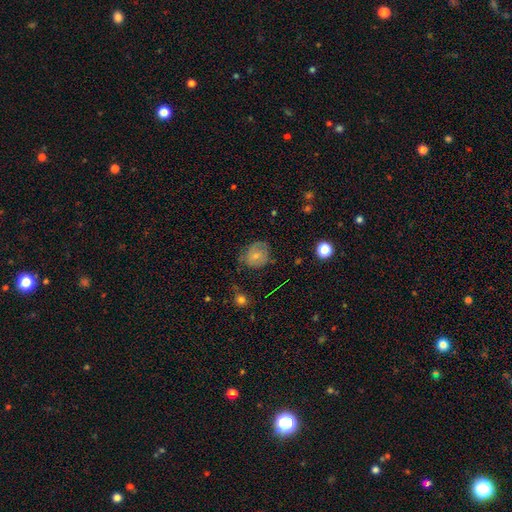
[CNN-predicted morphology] A smooth galaxy with no disk features (61%) that is round (64%).

Vote fractions:
- Smooth or featured? smooth: 61% / featured or disk: 29% / star or artifact: 10%
- How rounded? round: 64% / in between: 35% / cigar-shaped: 1%
- Merging? none: 52% / minor disturbance: 30% / major disturbance: 15% / merger: 2%